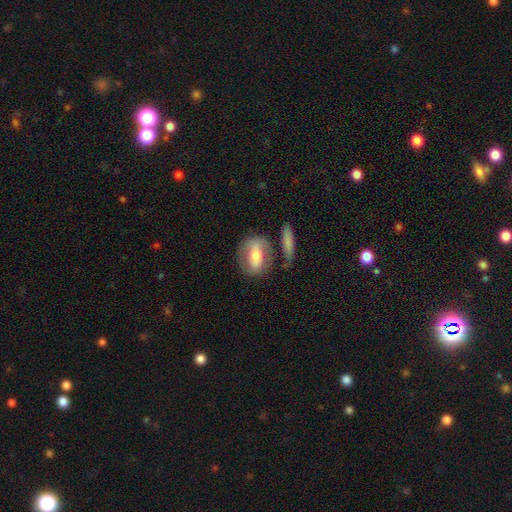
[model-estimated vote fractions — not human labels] This appears to be a smooth galaxy with no disk features (54%) that is in between round and cigar-shaped (66%). Merging: none (60%).